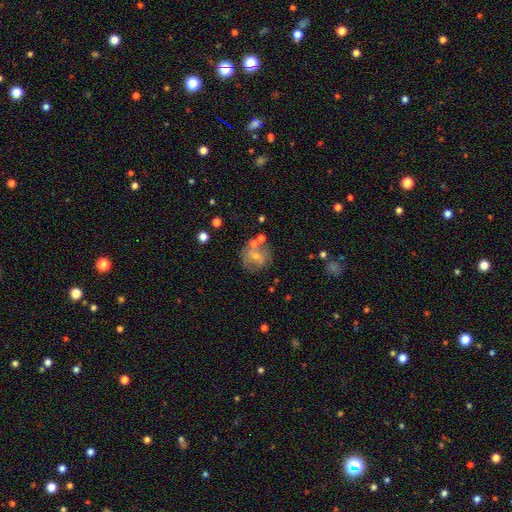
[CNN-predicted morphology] featured or disk 42%, smooth 41%, star or artifact 17%. Down the decision tree: merging — none (62%).